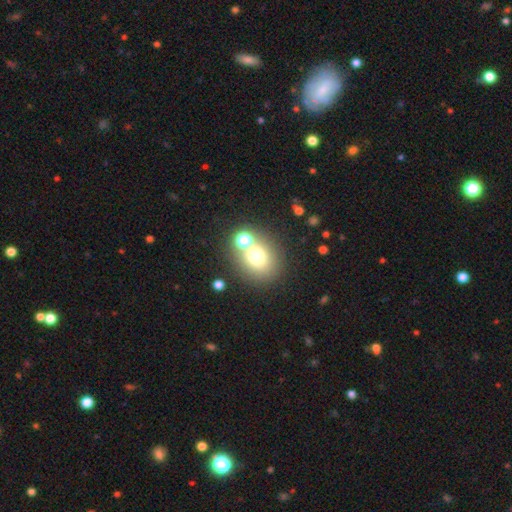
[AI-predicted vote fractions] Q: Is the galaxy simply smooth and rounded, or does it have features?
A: smooth — 69%.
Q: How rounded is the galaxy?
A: round — 73%.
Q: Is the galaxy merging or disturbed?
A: none — 63%.